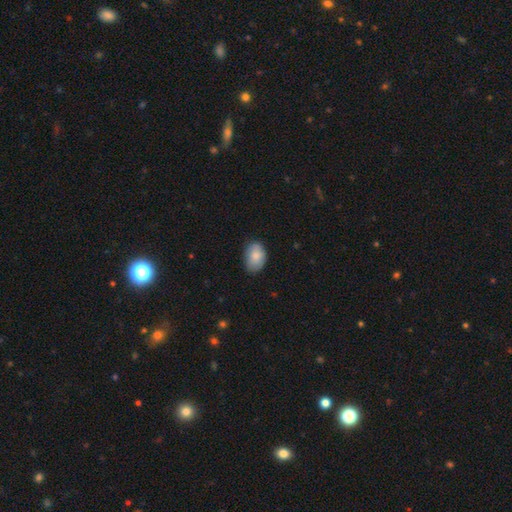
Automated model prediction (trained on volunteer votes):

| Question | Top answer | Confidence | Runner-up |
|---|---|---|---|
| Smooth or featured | smooth | 84% | featured or disk (9%) |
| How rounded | in between | 86% | round (13%) |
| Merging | none | 76% | minor disturbance (20%) |